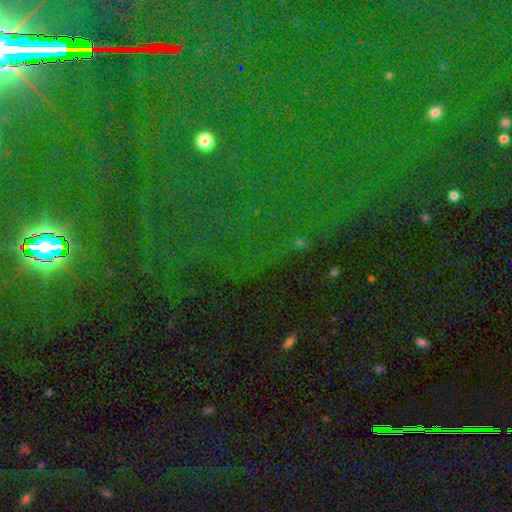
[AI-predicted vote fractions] A star or artifact, not a galaxy (85%).